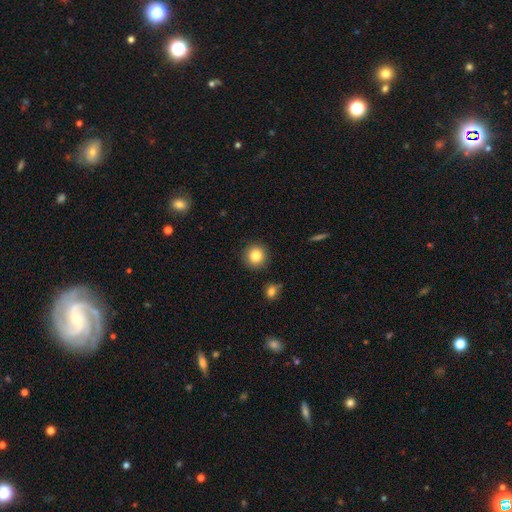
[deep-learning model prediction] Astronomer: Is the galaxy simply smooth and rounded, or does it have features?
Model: smooth — 84%.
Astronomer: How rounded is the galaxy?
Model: round — 93%.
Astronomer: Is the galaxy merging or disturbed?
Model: none — 90%.